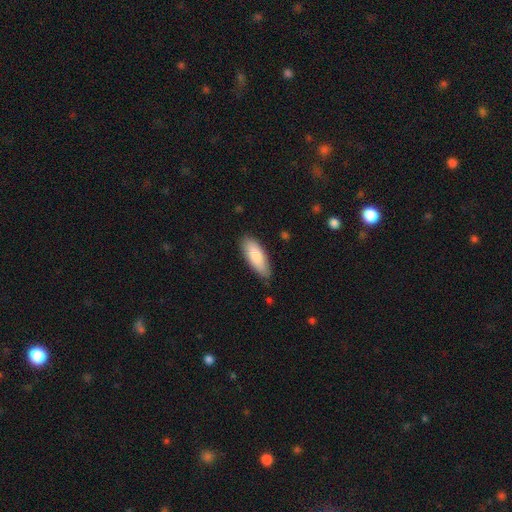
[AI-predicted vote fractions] A smooth galaxy with no disk features (84%) that is in between round and cigar-shaped (73%). Merging: none (83%).